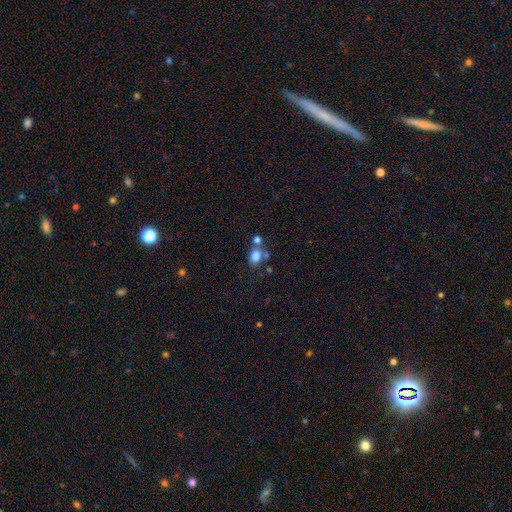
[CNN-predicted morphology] smooth 80%, star or artifact 12%, featured or disk 8%. Down the decision tree: how rounded — in between (57%); merging — none (52%).